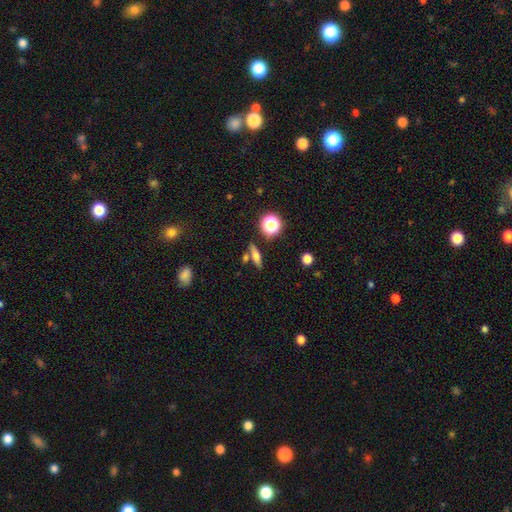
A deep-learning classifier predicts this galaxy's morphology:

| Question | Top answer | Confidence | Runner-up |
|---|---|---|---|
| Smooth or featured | smooth | 51% | featured or disk (37%) |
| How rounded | cigar-shaped | 57% | in between (32%) |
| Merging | none | 74% | merger (12%) |